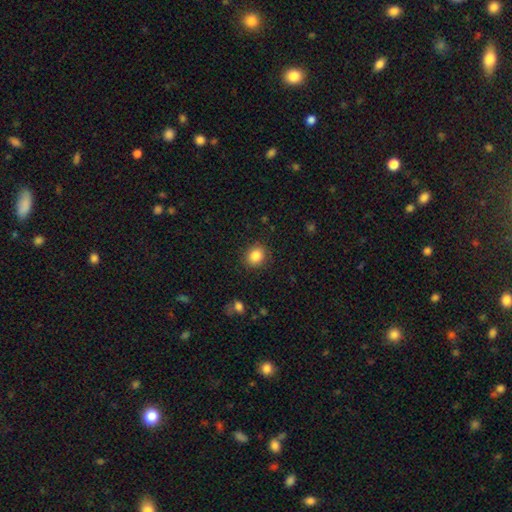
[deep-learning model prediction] smooth-or-featured: smooth: 86% | star or artifact: 10% | featured or disk: 5%
  how-rounded: round: 74% | in between: 25% | cigar-shaped: 1%
  merging: none: 88% | minor disturbance: 8% | major disturbance: 3% | merger: 1%